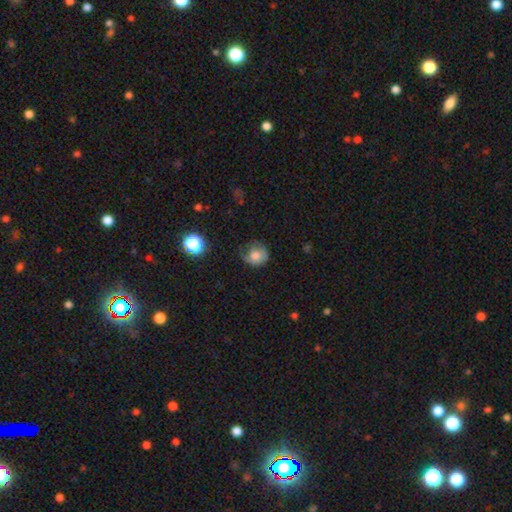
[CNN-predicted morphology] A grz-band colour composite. It shows a smooth galaxy with no disk features (71%) that is round (79%). Merging: none (46%).